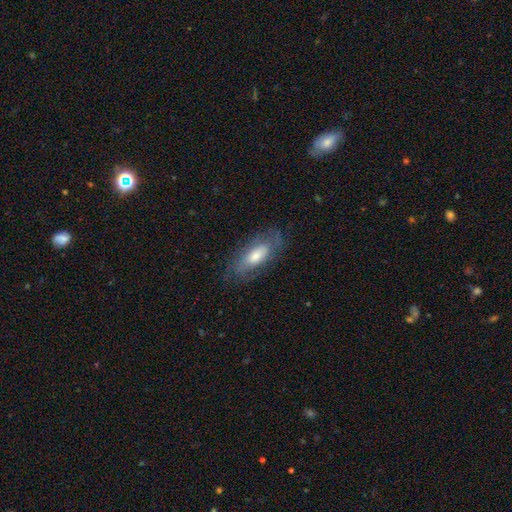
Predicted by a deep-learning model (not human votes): A smooth galaxy with no disk features (48%).

Vote fractions:
- Smooth or featured? smooth: 48% / featured or disk: 45% / star or artifact: 7%
- Merging? none: 73% / minor disturbance: 17% / major disturbance: 8% / merger: 1%